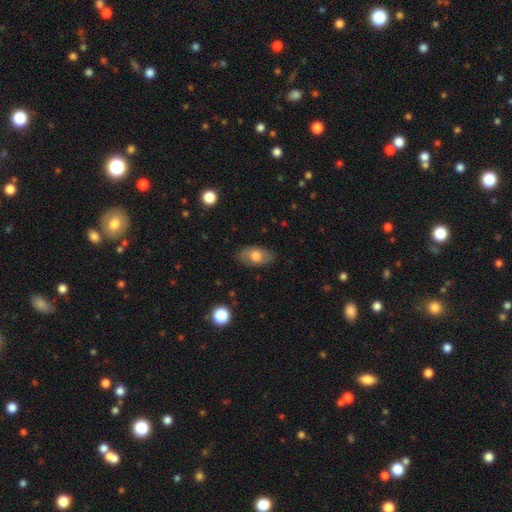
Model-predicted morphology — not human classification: Smooth or featured: smooth — 64% (featured or disk — 29%)
How rounded: in between — 91% (round — 7%)
Merging: none — 80% (minor disturbance — 16%)